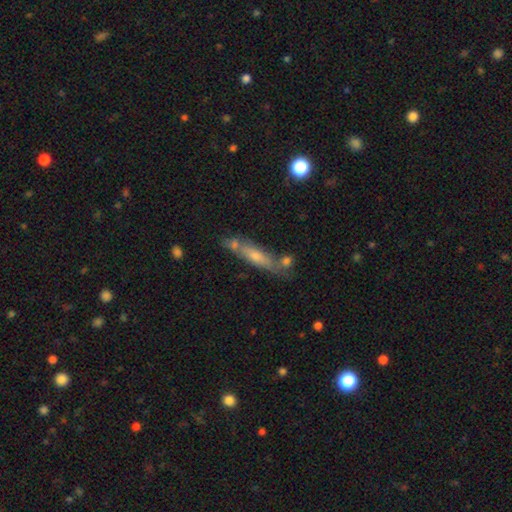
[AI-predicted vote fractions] Smooth or featured?
  - smooth: 48% *
  - featured or disk: 44%
  - star or artifact: 9%
Merging?
  - none: 64% *
  - minor disturbance: 16%
  - merger: 15%
  - major disturbance: 5%